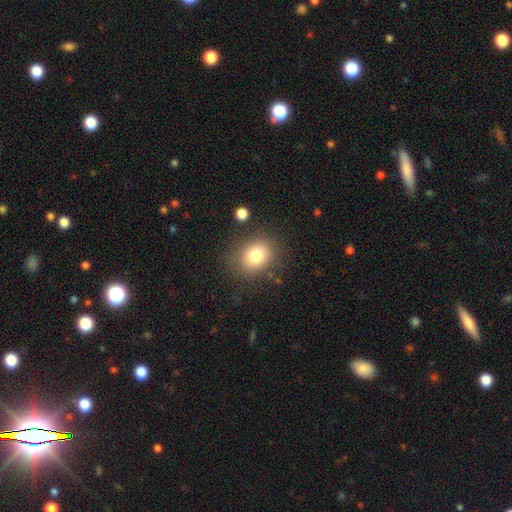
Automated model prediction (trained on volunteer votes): This appears to be a smooth galaxy with no disk features (80%) that is in between round and cigar-shaped (50%). Merging: none (80%).